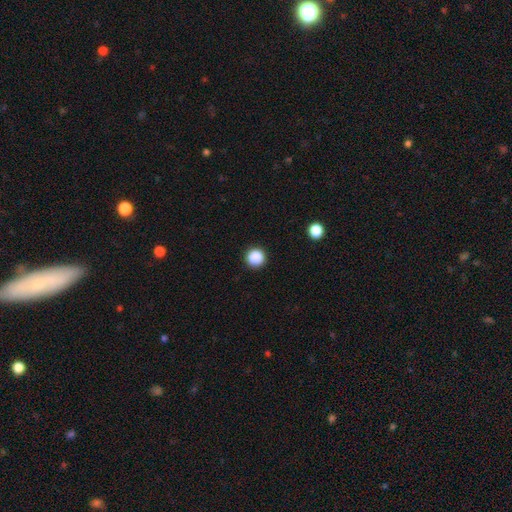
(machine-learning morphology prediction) Smooth or featured?
  - smooth: 87% *
  - star or artifact: 10%
  - featured or disk: 3%
How rounded?
  - round: 95% *
  - in between: 4%
  - cigar-shaped: 1%
Merging?
  - none: 91% *
  - minor disturbance: 6%
  - major disturbance: 2%
  - merger: 1%